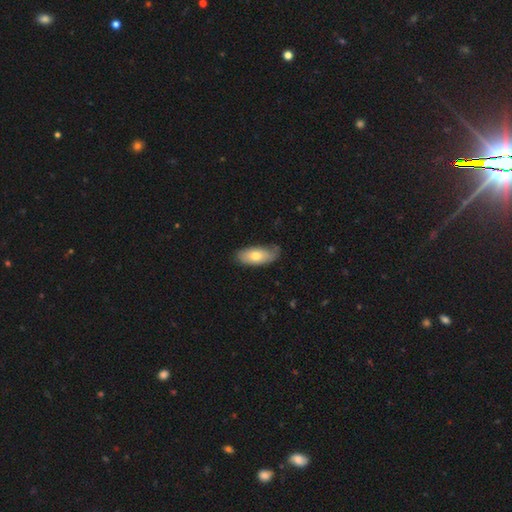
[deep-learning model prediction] Smooth or featured? smooth (71%)
How rounded? in between (88%)
Merging? none (69%)